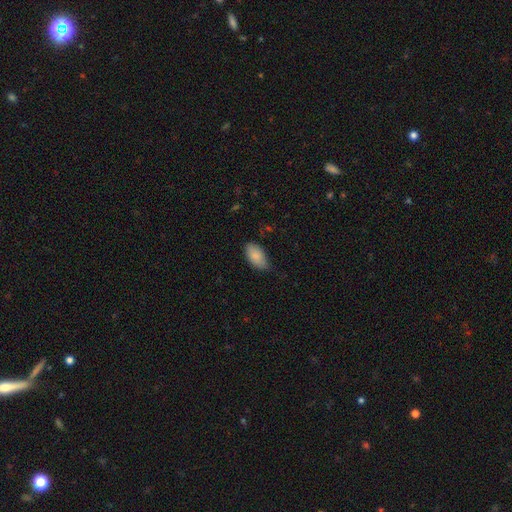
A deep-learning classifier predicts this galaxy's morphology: smooth-or-featured: smooth: 87% | featured or disk: 7% | star or artifact: 6%
  how-rounded: in between: 94% | round: 3% | cigar-shaped: 3%
  merging: none: 66% | minor disturbance: 29% | major disturbance: 4% | merger: 1%